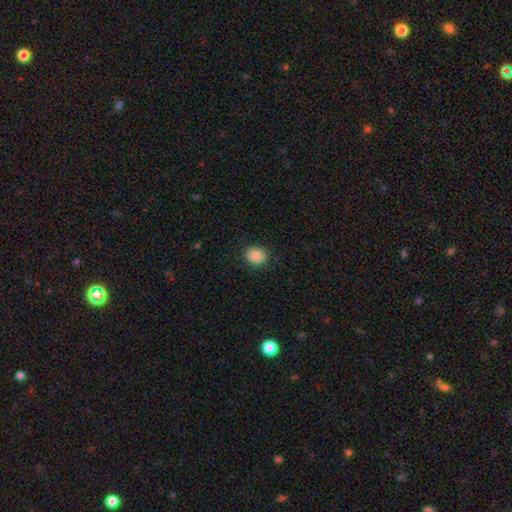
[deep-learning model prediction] A smooth galaxy with no disk features (87%) that is round (59%).

Vote fractions:
- Smooth or featured? smooth: 87% / star or artifact: 9% / featured or disk: 4%
- How rounded? round: 59% / in between: 40% / cigar-shaped: 1%
- Merging? none: 85% / minor disturbance: 11% / major disturbance: 3% / merger: 1%